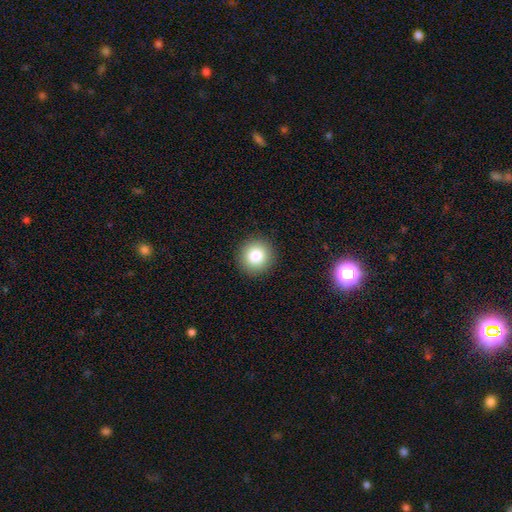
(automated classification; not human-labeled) smooth_or_featured: smooth (p=0.81) [alt: star or artifact p=0.11]
how_rounded: round (p=0.92) [alt: in between p=0.07]
merging: none (p=0.92) [alt: minor disturbance p=0.05]